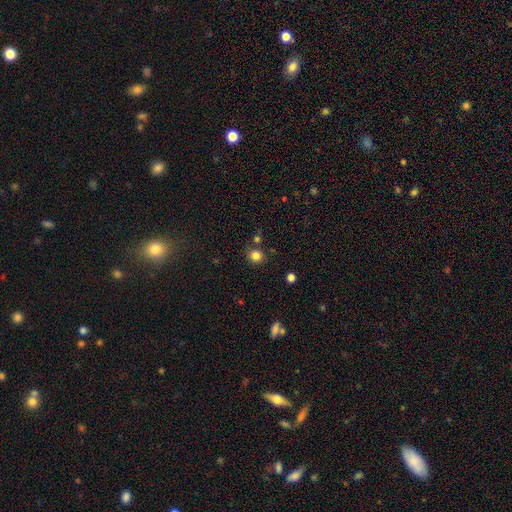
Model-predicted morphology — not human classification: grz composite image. It shows a smooth galaxy with no disk features (83%) that is round (84%). Merging: none (79%).